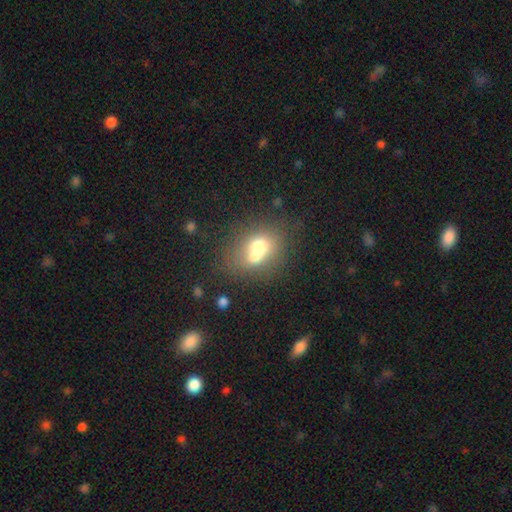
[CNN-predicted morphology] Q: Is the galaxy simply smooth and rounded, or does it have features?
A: smooth — 62%.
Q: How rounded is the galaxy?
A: round — 53%.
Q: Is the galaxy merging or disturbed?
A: merger — 56%.